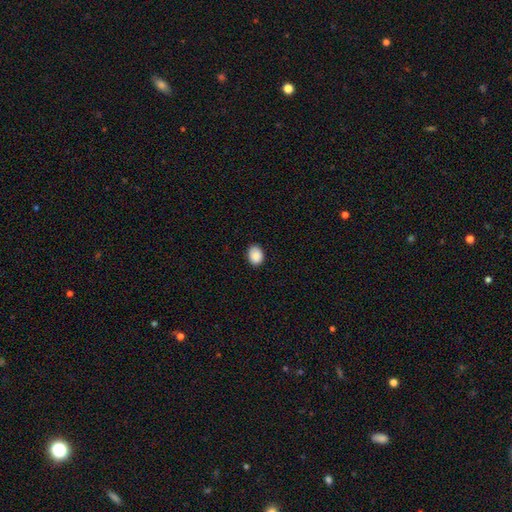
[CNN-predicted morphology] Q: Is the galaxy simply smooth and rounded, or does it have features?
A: smooth — 90%.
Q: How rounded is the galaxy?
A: in between — 63%.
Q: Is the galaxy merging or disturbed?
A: none — 87%.